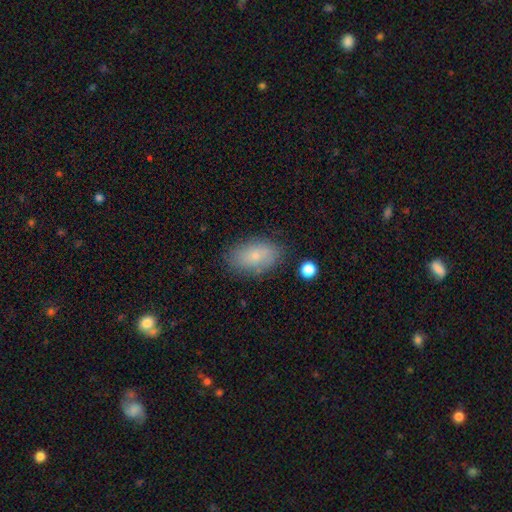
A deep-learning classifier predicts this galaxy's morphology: smooth_or_featured: smooth (p=0.75) [alt: featured or disk p=0.17]
how_rounded: in between (p=0.91) [alt: round p=0.07]
merging: none (p=0.78) [alt: minor disturbance p=0.15]